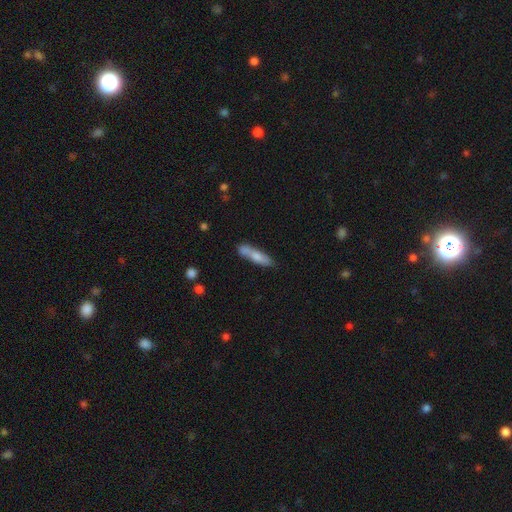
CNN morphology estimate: Smooth or featured? Predicted: smooth (p=0.67). How rounded? Predicted: cigar-shaped (p=0.77). Merging? Predicted: none (p=0.62).